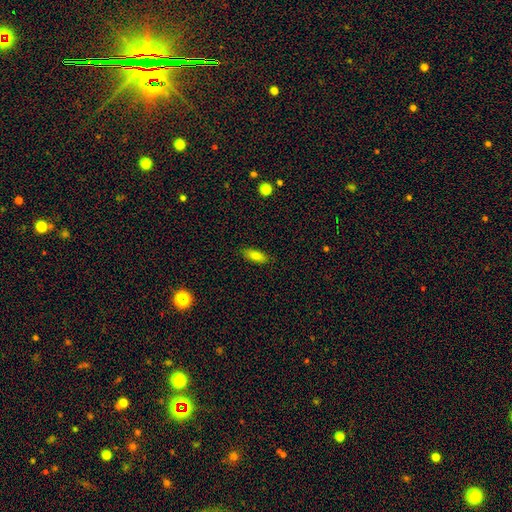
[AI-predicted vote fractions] Q: Smooth or featured?
A: smooth (82%); runner-up: featured or disk (9%)
Q: How rounded?
A: in between (73%); runner-up: cigar-shaped (25%)
Q: Merging?
A: none (86%); runner-up: minor disturbance (11%)